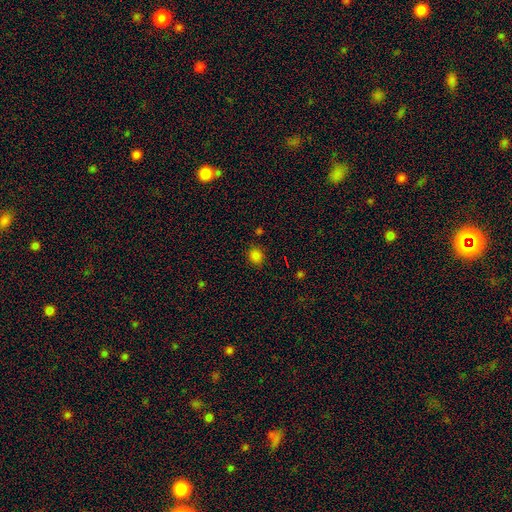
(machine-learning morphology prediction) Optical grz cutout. It shows a smooth galaxy with no disk features (81%) that is round (72%). Merging: none (86%).